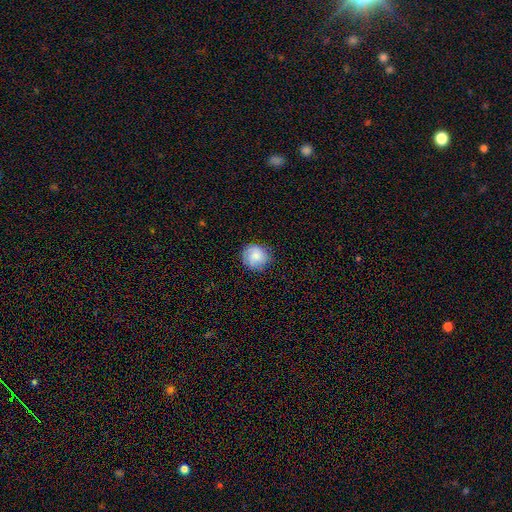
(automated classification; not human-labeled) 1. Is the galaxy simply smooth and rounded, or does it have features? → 75% smooth, 17% featured or disk, 8% star or artifact.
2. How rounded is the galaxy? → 90% round, 9% in between, 1% cigar-shaped.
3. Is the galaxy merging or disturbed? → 82% none, 13% minor disturbance, 3% major disturbance, 1% merger.